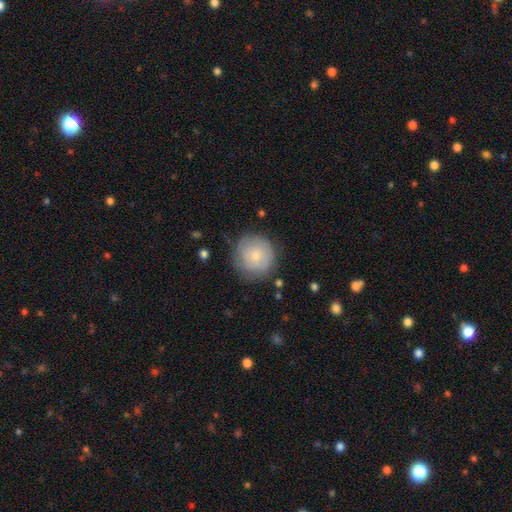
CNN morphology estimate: smooth-or-featured: smooth: 56% | featured or disk: 37% | star or artifact: 7%
  how-rounded: round: 94% | in between: 5% | cigar-shaped: 1%
  merging: none: 77% | minor disturbance: 16% | major disturbance: 5% | merger: 1%